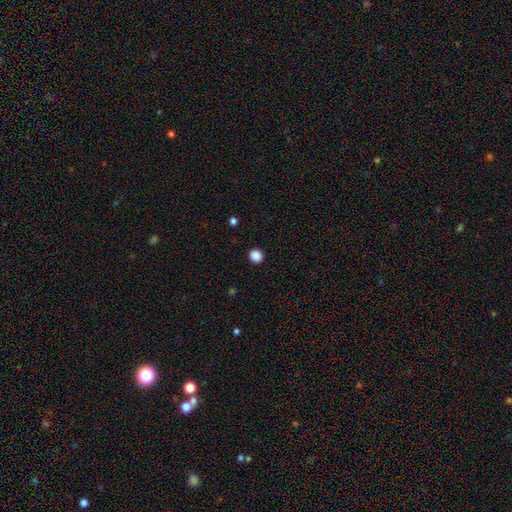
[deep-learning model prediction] Smooth or featured? smooth (88%)
How rounded? round (88%)
Merging? none (92%)